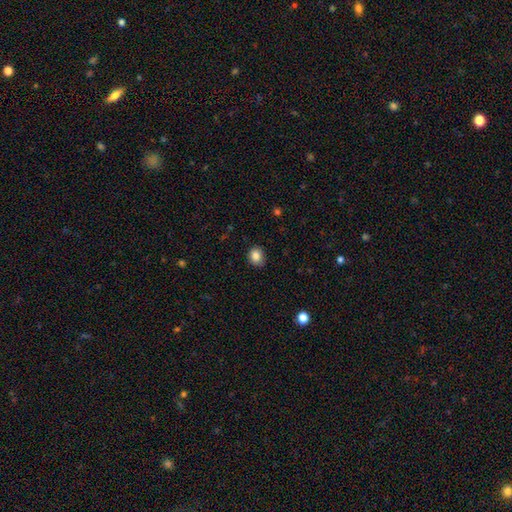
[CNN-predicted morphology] A smooth galaxy with no disk features (85%) that is round (66%).

Vote fractions:
- Smooth or featured? smooth: 85% / star or artifact: 10% / featured or disk: 5%
- How rounded? round: 66% / in between: 33% / cigar-shaped: 1%
- Merging? none: 83% / minor disturbance: 13% / major disturbance: 2% / merger: 1%